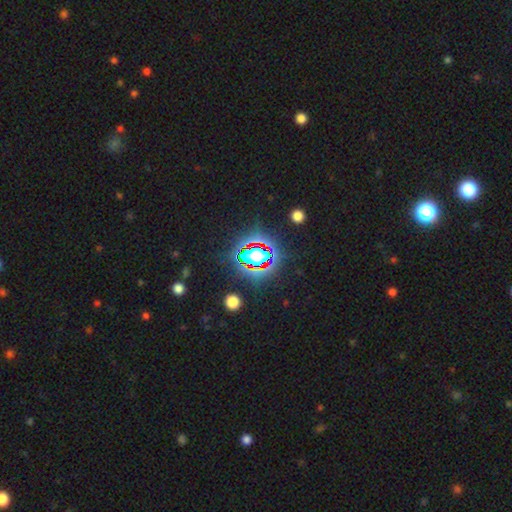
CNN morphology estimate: The model was most divided on "smooth or featured": star or artifact: 70%, smooth: 18%, featured or disk: 12%.